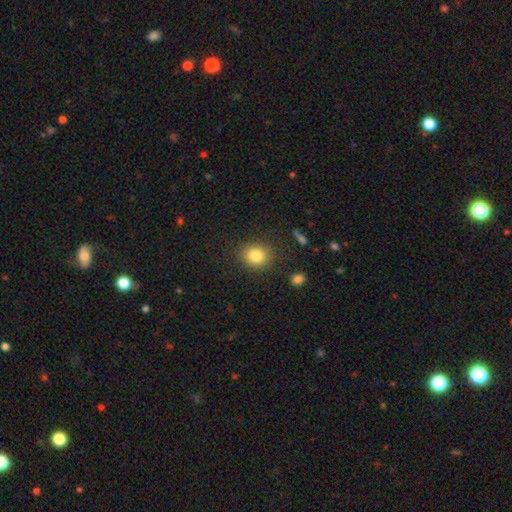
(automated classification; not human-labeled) smooth_or_featured: smooth (p=0.83) [alt: star or artifact p=0.10]
how_rounded: round (p=0.72) [alt: in between p=0.27]
merging: none (p=0.85) [alt: minor disturbance p=0.10]